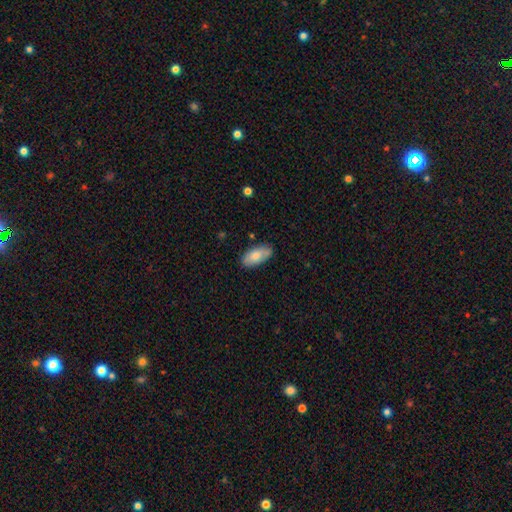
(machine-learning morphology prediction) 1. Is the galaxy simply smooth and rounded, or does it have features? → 81% smooth, 13% featured or disk, 6% star or artifact.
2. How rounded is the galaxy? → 92% in between, 6% cigar-shaped, 2% round.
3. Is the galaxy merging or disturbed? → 81% none, 15% minor disturbance, 2% major disturbance, 2% merger.